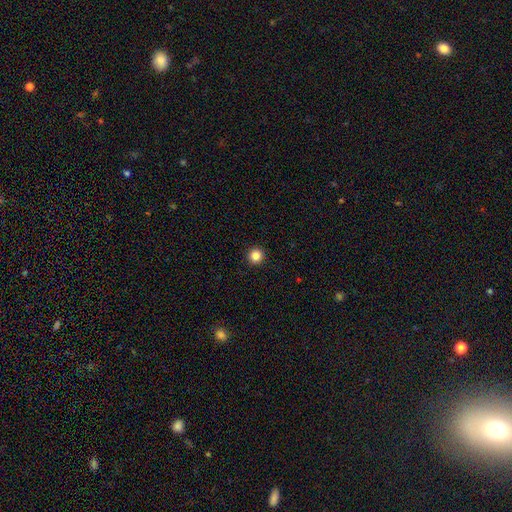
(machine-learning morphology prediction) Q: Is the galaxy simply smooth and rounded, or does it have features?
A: smooth — 85%.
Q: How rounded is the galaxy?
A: round — 96%.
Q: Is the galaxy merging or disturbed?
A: none — 94%.